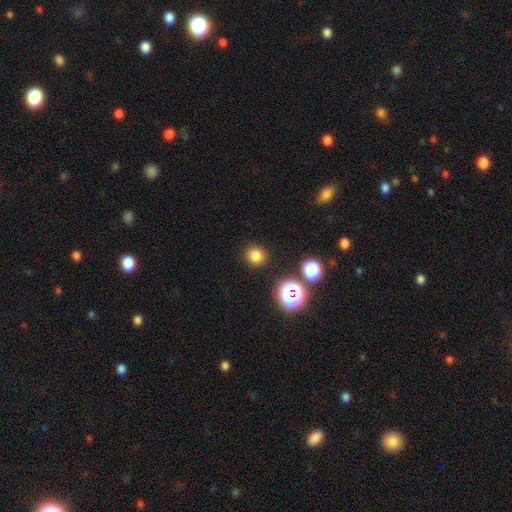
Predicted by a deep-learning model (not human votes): Smooth or featured? smooth (78%)
How rounded? round (91%)
Merging? none (89%)